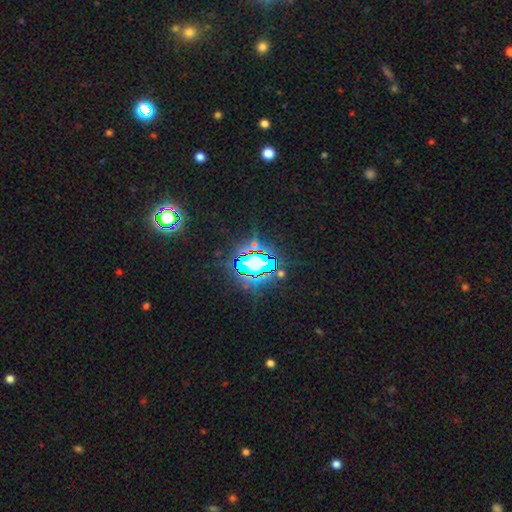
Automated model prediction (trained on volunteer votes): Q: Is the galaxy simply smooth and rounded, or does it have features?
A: star or artifact — 77%.